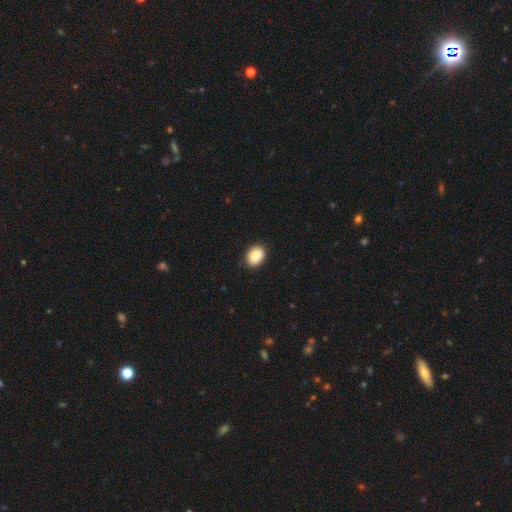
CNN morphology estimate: A smooth galaxy with no disk features (88%) that is in between round and cigar-shaped (66%).

Vote fractions:
- Smooth or featured? smooth: 88% / star or artifact: 8% / featured or disk: 4%
- How rounded? in between: 66% / round: 33% / cigar-shaped: 1%
- Merging? none: 89% / minor disturbance: 8% / major disturbance: 2% / merger: 1%